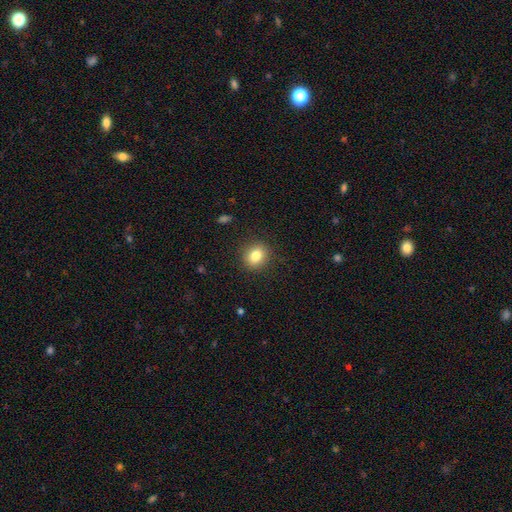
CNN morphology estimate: This appears to be a smooth galaxy with no disk features (82%) that is round (71%). Merging: none (89%).